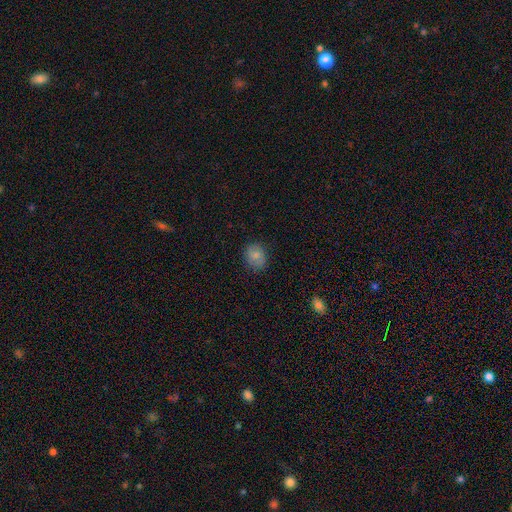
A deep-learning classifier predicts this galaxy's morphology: A smooth galaxy with no disk features (79%) that is round (52%).

Vote fractions:
- Smooth or featured? smooth: 79% / featured or disk: 12% / star or artifact: 9%
- How rounded? round: 52% / in between: 47% / cigar-shaped: 1%
- Merging? none: 83% / minor disturbance: 13% / major disturbance: 3% / merger: 1%